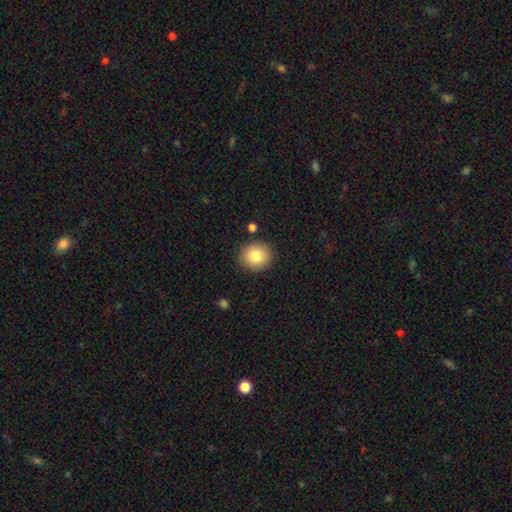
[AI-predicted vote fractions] A smooth galaxy with no disk features (83%) that is round (88%).

Vote fractions:
- Smooth or featured? smooth: 83% / star or artifact: 9% / featured or disk: 8%
- How rounded? round: 88% / in between: 11% / cigar-shaped: 1%
- Merging? none: 89% / minor disturbance: 7% / merger: 2% / major disturbance: 2%